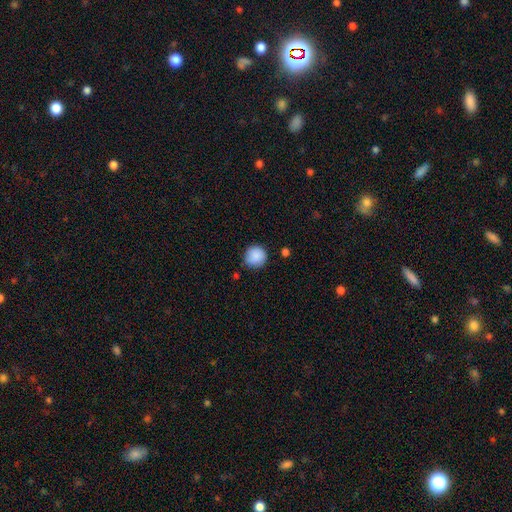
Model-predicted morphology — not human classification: The model was most divided on "merging": none: 81%, minor disturbance: 14%, major disturbance: 3%, merger: 2%. More confident: how rounded — round (92%); smooth or featured — smooth (88%).